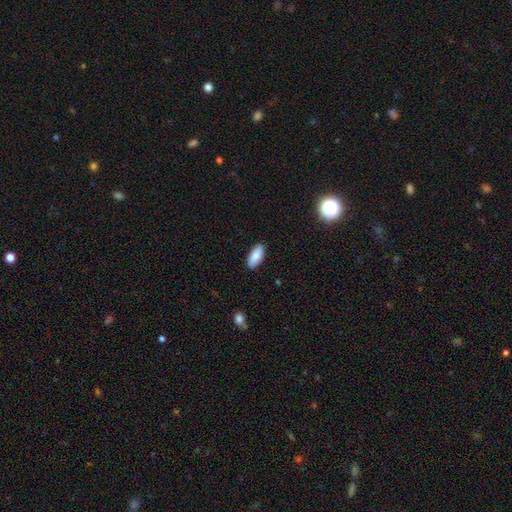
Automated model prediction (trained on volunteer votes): The model was most divided on "how rounded": in between: 89%, cigar-shaped: 10%, round: 2%. More confident: merging — none (89%); smooth or featured — smooth (89%).